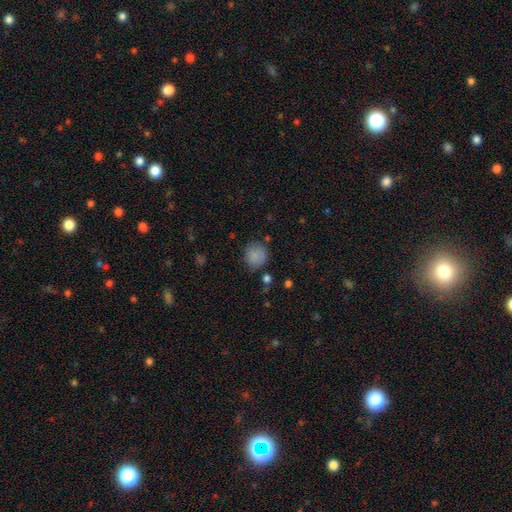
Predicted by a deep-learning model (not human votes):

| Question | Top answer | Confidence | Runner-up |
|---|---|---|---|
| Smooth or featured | smooth | 84% | star or artifact (10%) |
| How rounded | round | 87% | in between (12%) |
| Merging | none | 78% | minor disturbance (15%) |